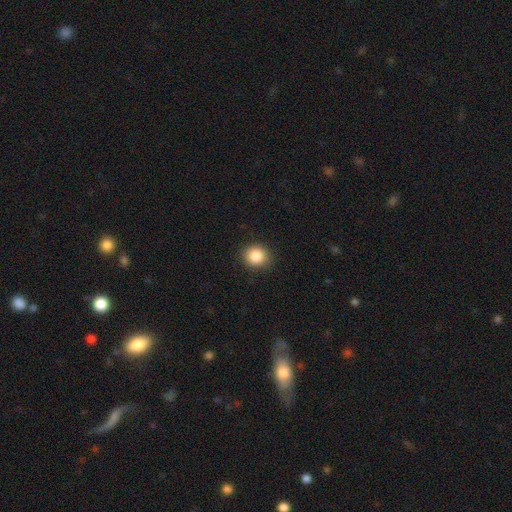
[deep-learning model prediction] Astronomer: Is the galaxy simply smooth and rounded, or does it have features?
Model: smooth — 86%.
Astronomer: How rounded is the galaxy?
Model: round — 84%.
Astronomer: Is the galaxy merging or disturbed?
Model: none — 89%.